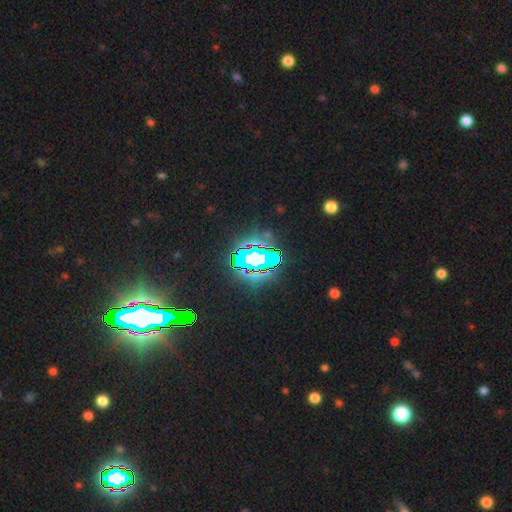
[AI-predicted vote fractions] Morphology: type=star or artifact (84%).